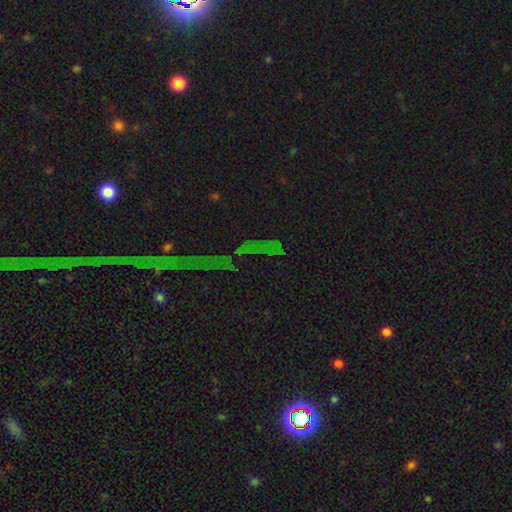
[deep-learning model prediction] Morphology: type=star or artifact (74%).